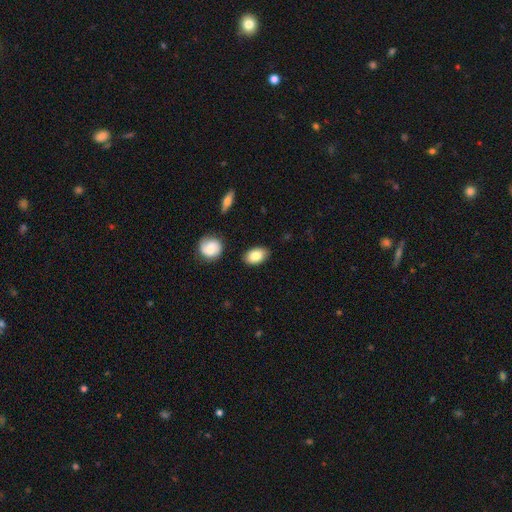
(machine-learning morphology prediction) smooth 82%, featured or disk 11%, star or artifact 7%. Down the decision tree: how rounded — in between (88%); merging — none (84%).